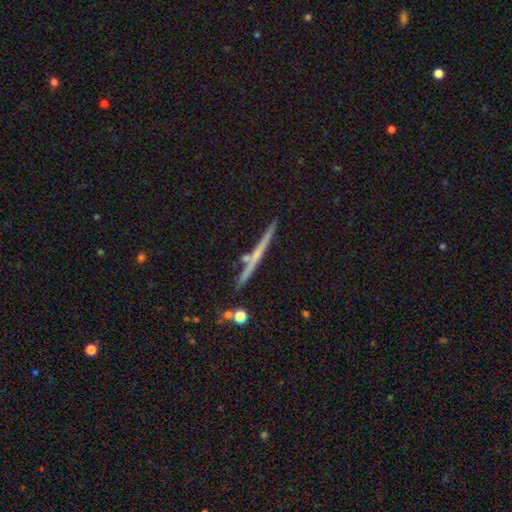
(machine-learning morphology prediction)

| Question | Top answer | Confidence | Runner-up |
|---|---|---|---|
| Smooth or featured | featured or disk | 56% | smooth (34%) |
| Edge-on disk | yes | 97% | no (3%) |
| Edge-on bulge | none | 80% | rounded (16%) |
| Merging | none | 85% | minor disturbance (9%) |